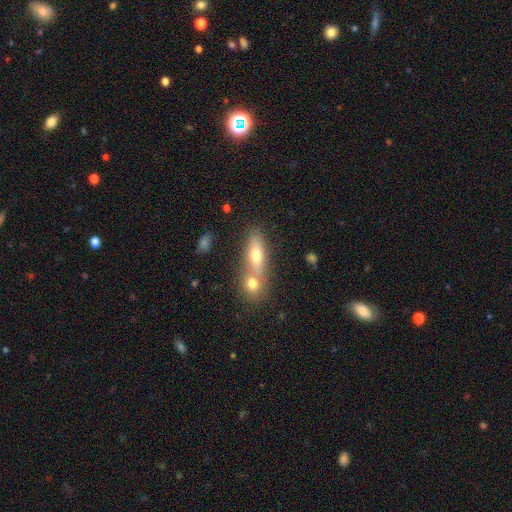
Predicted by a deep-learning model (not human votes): This appears to be a smooth galaxy with no disk features (63%) that is in between round and cigar-shaped (56%). Merging: merger (47%).